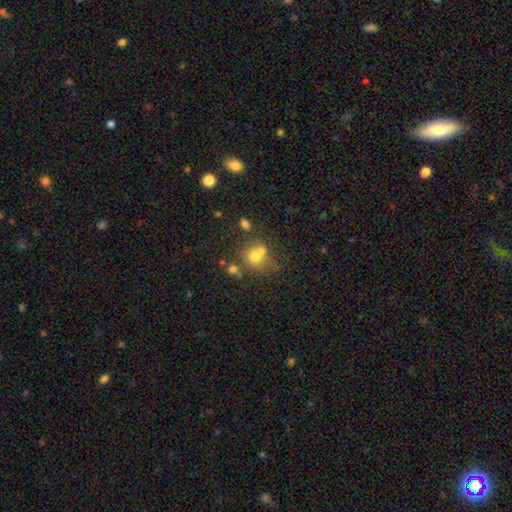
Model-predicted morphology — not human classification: Smooth or featured: smooth — 67% (featured or disk — 17%)
How rounded: round — 79% (in between — 20%)
Merging: none — 45% (merger — 38%)